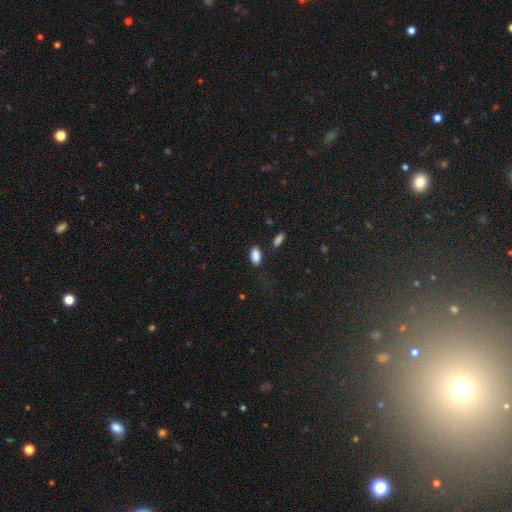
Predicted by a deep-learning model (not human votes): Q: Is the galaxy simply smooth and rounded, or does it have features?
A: smooth — 88%.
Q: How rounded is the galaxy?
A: in between — 92%.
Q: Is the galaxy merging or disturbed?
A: none — 76%.